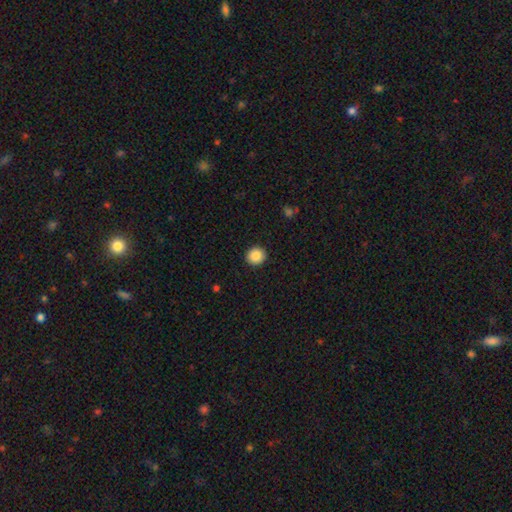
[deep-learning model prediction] A smooth galaxy with no disk features (88%) that is round (90%).

Vote fractions:
- Smooth or featured? smooth: 88% / star or artifact: 9% / featured or disk: 4%
- How rounded? round: 90% / in between: 9% / cigar-shaped: 1%
- Merging? none: 92% / minor disturbance: 5% / major disturbance: 2% / merger: 1%